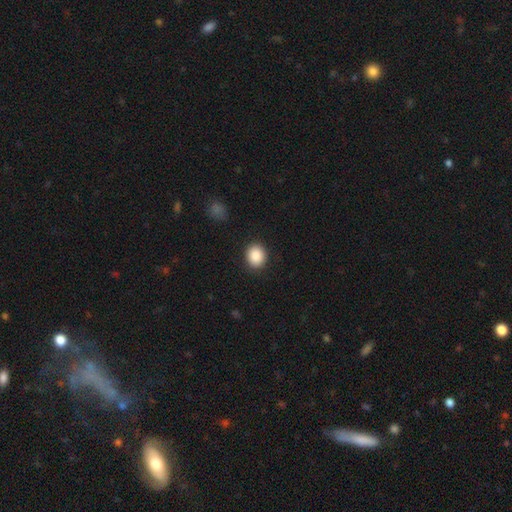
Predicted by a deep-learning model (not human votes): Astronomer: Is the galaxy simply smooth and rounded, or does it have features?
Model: smooth — 89%.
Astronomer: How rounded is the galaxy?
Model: round — 67%.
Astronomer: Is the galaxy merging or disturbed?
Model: none — 89%.